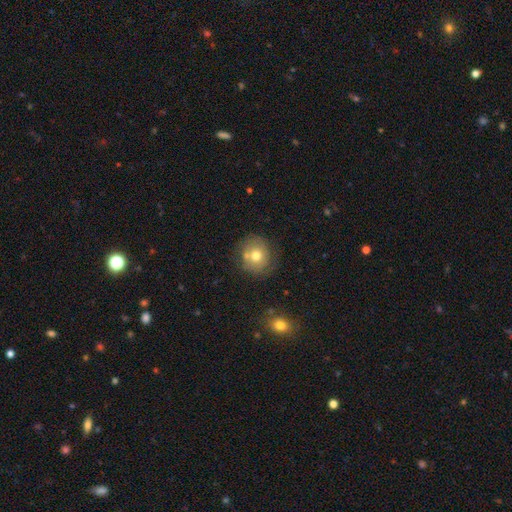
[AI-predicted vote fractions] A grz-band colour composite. It shows a smooth galaxy with no disk features (67%) that is round (86%). Merging: none (65%).